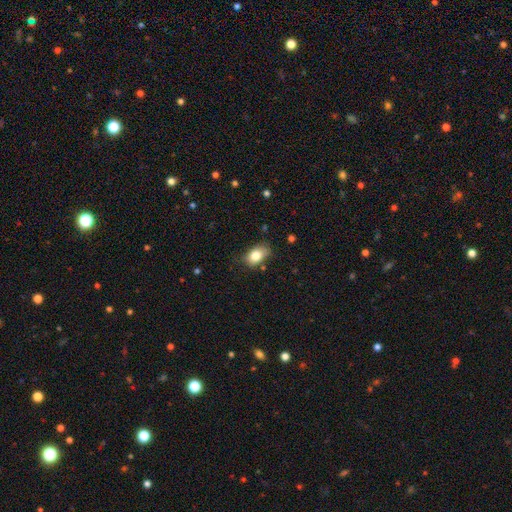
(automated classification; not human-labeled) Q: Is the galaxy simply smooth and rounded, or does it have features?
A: smooth — 81%.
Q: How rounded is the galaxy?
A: in between — 85%.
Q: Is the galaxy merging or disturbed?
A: none — 69%.